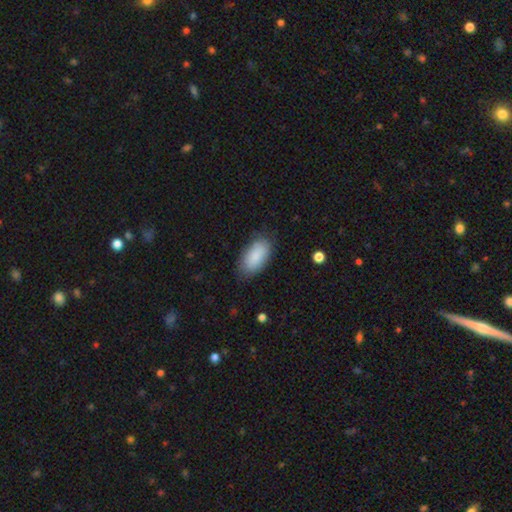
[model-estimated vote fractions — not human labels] Overall: smooth (87%). How rounded: in between (94%). Merging: none (78%).